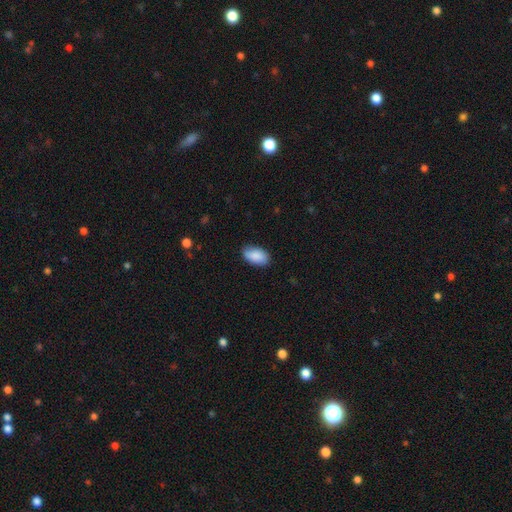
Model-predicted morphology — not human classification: smooth 88%, star or artifact 6%, featured or disk 5%. Down the decision tree: how rounded — in between (95%); merging — none (83%).